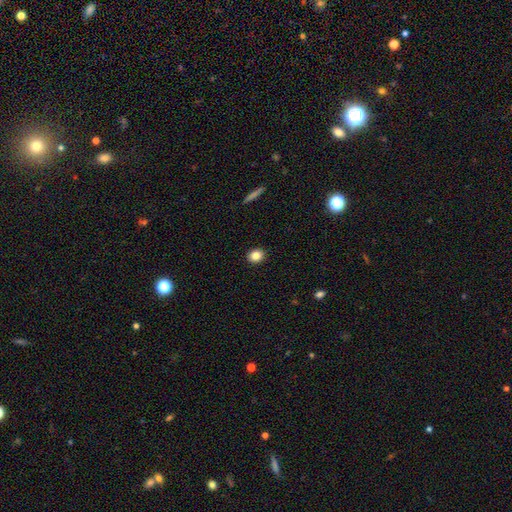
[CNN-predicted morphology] Smooth or featured: smooth — 84% (star or artifact — 10%)
How rounded: round — 63% (in between — 36%)
Merging: none — 92% (minor disturbance — 6%)